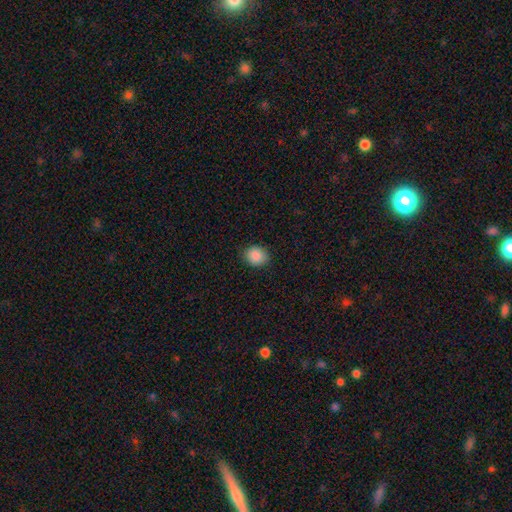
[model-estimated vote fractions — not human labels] Smooth or featured? smooth (89%)
How rounded? round (68%)
Merging? none (88%)